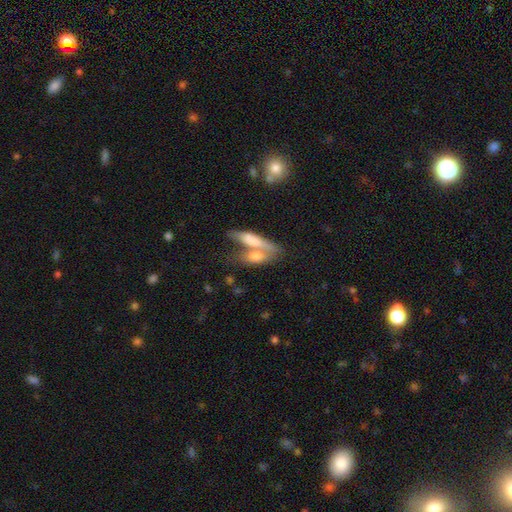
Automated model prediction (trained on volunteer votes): Smooth or featured: smooth — 69% (featured or disk — 24%)
How rounded: in between — 62% (cigar-shaped — 33%)
Merging: merger — 57% (none — 27%)